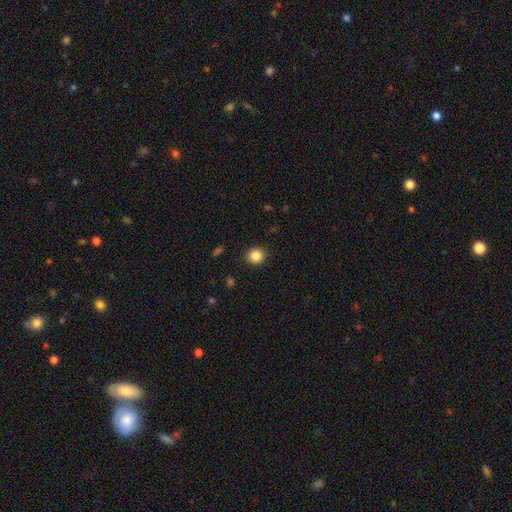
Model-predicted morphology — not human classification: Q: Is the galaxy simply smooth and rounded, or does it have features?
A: smooth — 86%.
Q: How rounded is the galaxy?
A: round — 91%.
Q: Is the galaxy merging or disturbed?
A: none — 91%.